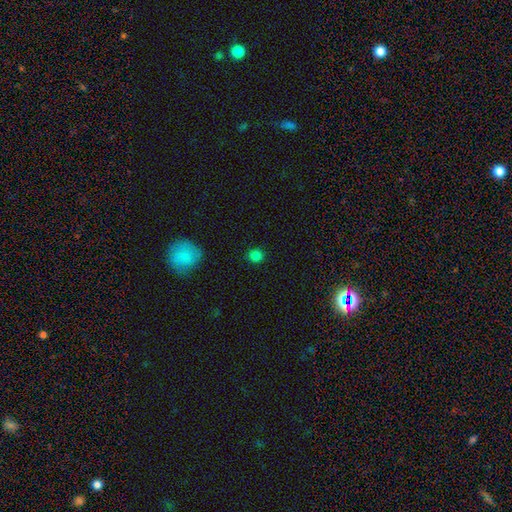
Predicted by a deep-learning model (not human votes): This appears to be a smooth galaxy with no disk features (81%) that is round (88%). Merging: none (88%).